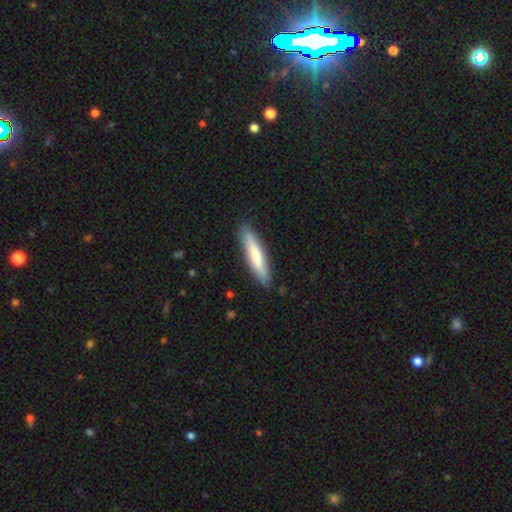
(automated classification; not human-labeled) Smooth or featured?
  - smooth: 68% *
  - featured or disk: 26%
  - star or artifact: 5%
How rounded?
  - cigar-shaped: 88% *
  - in between: 11%
  - round: 1%
Merging?
  - none: 88% *
  - minor disturbance: 9%
  - major disturbance: 2%
  - merger: 1%